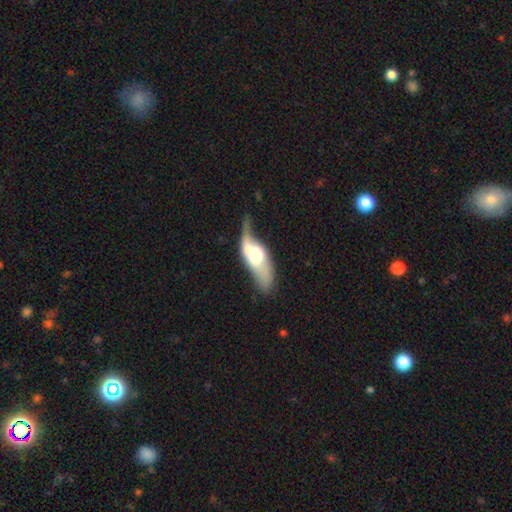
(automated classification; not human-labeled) Morphology: type=featured or disk (49%); merging=major disturbance (32%).